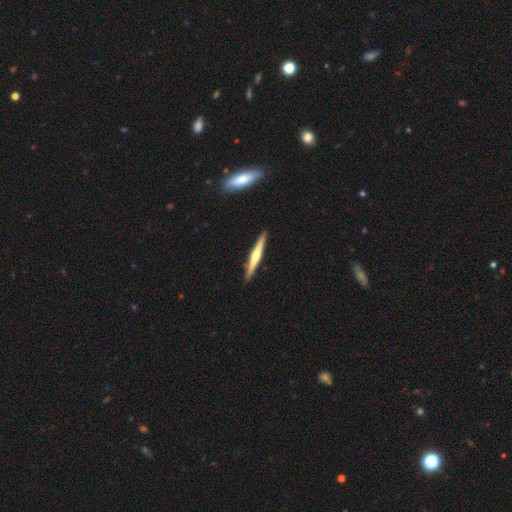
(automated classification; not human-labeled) The model was most divided on "smooth or featured": featured or disk: 67%, smooth: 27%, star or artifact: 5%. More confident: edge-on disk — yes (98%); merging — none (91%); edge-on bulge — rounded (84%).